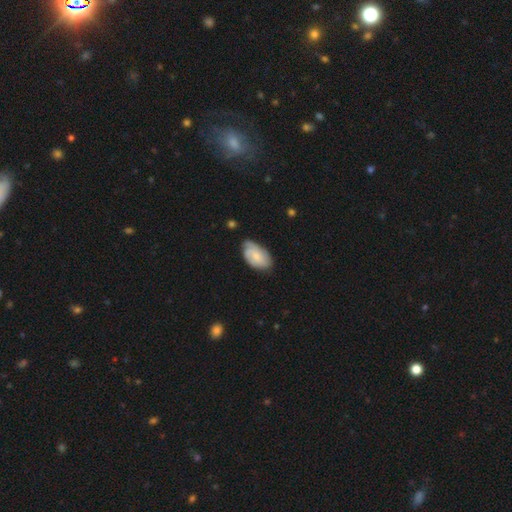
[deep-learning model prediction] Q: Smooth or featured?
A: smooth (49%); runner-up: featured or disk (45%)
Q: Merging?
A: none (62%); runner-up: minor disturbance (29%)